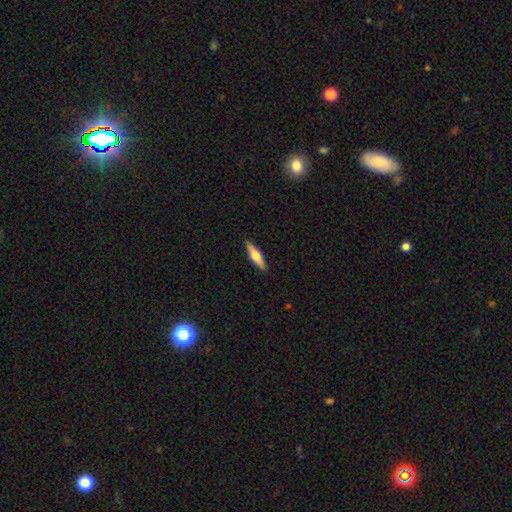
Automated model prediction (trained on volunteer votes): This appears to be a featured or disk galaxy (53%) viewed edge-on (96%) with a rounded central bulge (92%). Merging: none (90%).